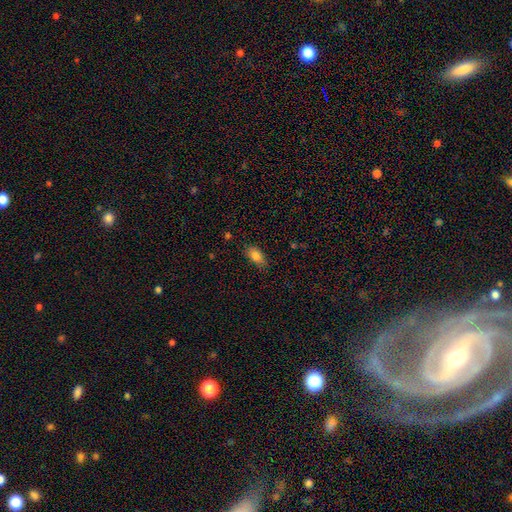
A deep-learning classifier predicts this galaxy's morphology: Overall: smooth (84%). How rounded: in between (89%). Merging: none (81%).